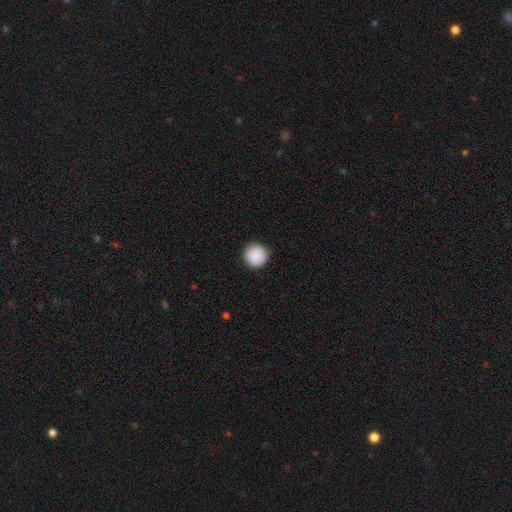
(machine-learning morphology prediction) Q: Smooth or featured?
A: smooth (88%); runner-up: star or artifact (7%)
Q: How rounded?
A: round (96%); runner-up: in between (3%)
Q: Merging?
A: none (91%); runner-up: minor disturbance (7%)